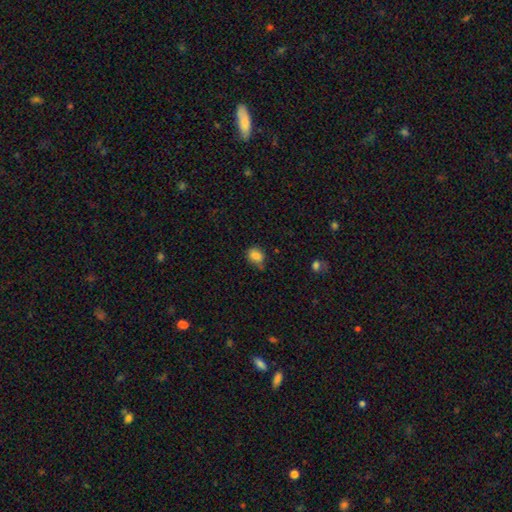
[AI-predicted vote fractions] Smooth or featured? Predicted: smooth (p=0.82). How rounded? Predicted: in between (p=0.52). Merging? Predicted: none (p=0.51).